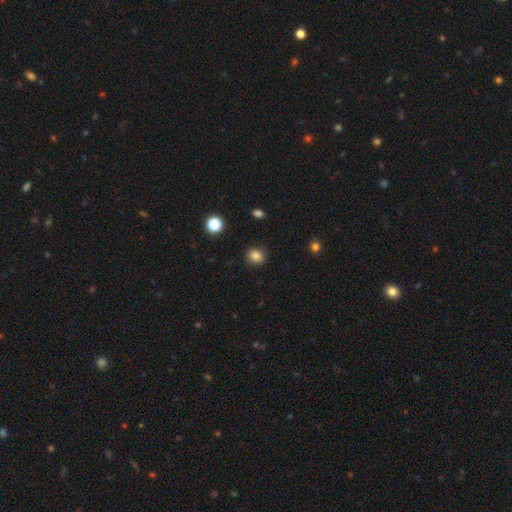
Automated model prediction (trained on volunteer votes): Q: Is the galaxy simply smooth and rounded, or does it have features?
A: smooth — 84%.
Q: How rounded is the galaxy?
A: round — 83%.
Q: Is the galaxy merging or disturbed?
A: none — 89%.